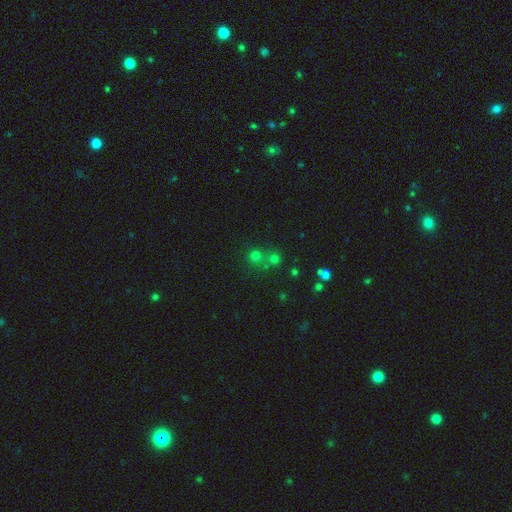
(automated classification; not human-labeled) A smooth galaxy with no disk features (52%) that is round (88%).

Vote fractions:
- Smooth or featured? smooth: 52% / star or artifact: 38% / featured or disk: 10%
- How rounded? round: 88% / in between: 10% / cigar-shaped: 1%
- Merging? none: 55% / merger: 35% / minor disturbance: 7% / major disturbance: 4%